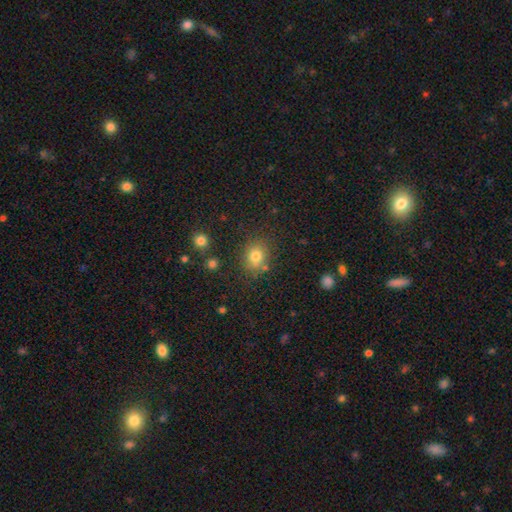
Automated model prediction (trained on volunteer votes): Smooth or featured?
  - smooth: 78% *
  - star or artifact: 14%
  - featured or disk: 8%
How rounded?
  - round: 65% *
  - in between: 34%
  - cigar-shaped: 1%
Merging?
  - none: 76% *
  - minor disturbance: 13%
  - merger: 6%
  - major disturbance: 4%